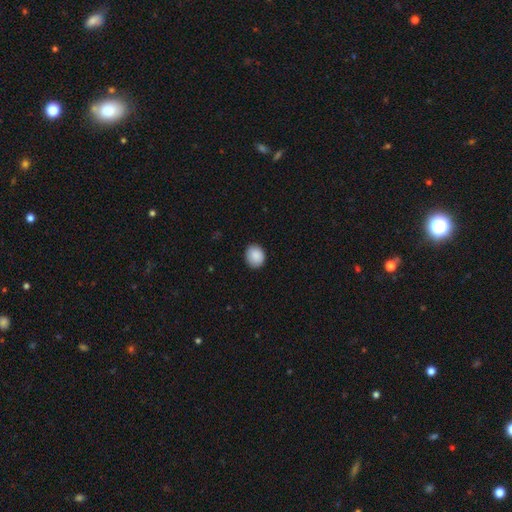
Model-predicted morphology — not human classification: A smooth galaxy with no disk features (89%) that is round (71%).

Vote fractions:
- Smooth or featured? smooth: 89% / star or artifact: 7% / featured or disk: 4%
- How rounded? round: 71% / in between: 28% / cigar-shaped: 1%
- Merging? none: 88% / minor disturbance: 9% / major disturbance: 2% / merger: 1%